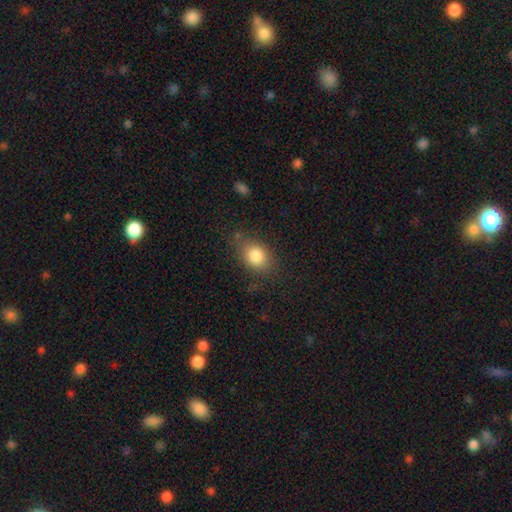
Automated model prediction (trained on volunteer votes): Morphology: type=smooth (83%); roundness=in between (63%); merging=none (69%).